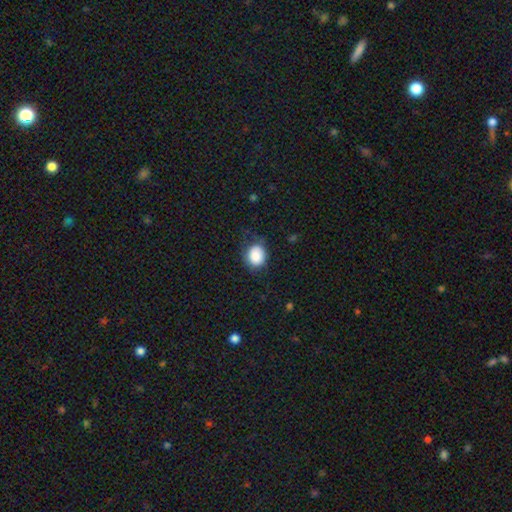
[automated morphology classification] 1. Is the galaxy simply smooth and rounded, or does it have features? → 85% smooth, 8% star or artifact, 6% featured or disk.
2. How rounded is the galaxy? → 71% round, 28% in between, 1% cigar-shaped.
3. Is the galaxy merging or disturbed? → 66% none, 23% minor disturbance, 9% major disturbance, 1% merger.